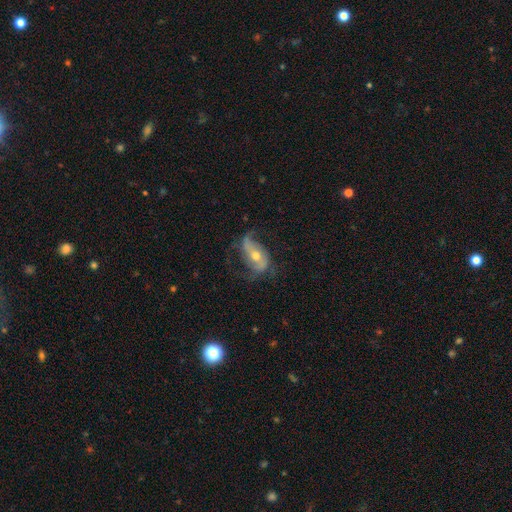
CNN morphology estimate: featured or disk 78%, smooth 14%, star or artifact 8%. Down the decision tree: edge-on disk — no (94%); bar — no (40%); spiral arms — yes (89%); spiral arm count — 2 (79%); spiral winding — loose (57%); bulge size — moderate (61%); merging — none (57%).